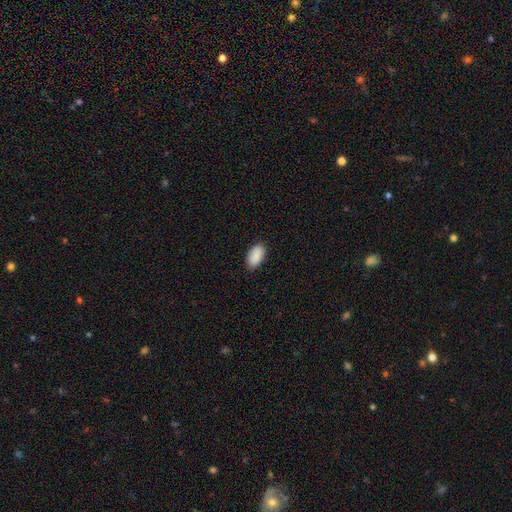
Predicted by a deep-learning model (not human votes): Smooth or featured: smooth — 90% (star or artifact — 6%)
How rounded: in between — 95% (round — 3%)
Merging: none — 88% (minor disturbance — 9%)